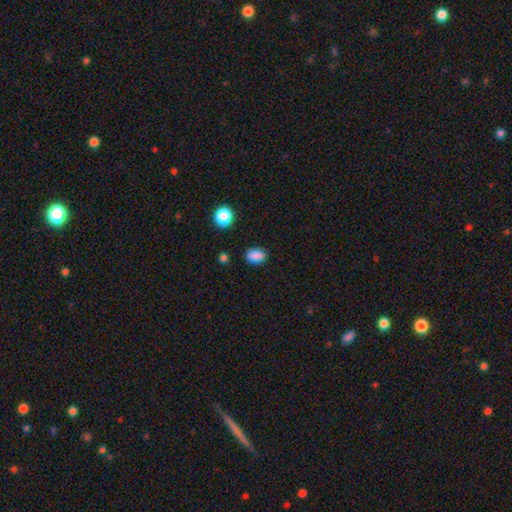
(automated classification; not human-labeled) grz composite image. It shows a smooth galaxy with no disk features (87%) that is in between round and cigar-shaped (83%). Merging: none (85%).